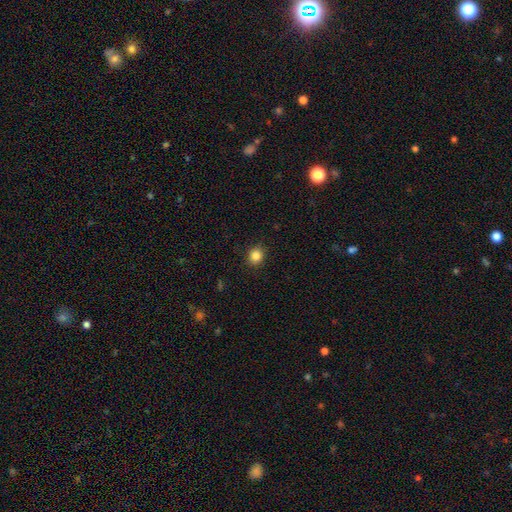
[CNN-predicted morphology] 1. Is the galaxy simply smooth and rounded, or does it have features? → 85% smooth, 11% star or artifact, 4% featured or disk.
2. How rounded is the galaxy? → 82% round, 17% in between, 1% cigar-shaped.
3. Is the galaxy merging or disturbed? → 90% none, 7% minor disturbance, 2% major disturbance, 1% merger.